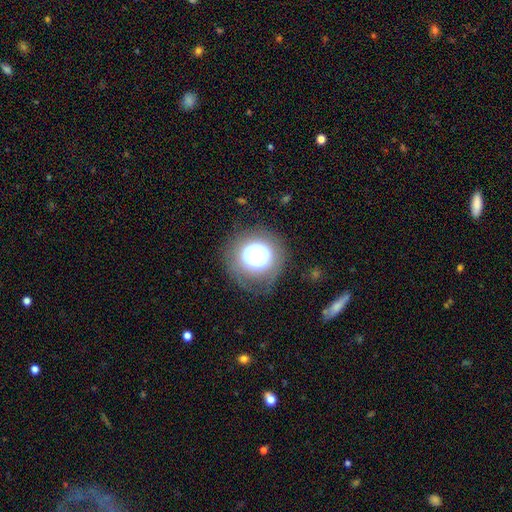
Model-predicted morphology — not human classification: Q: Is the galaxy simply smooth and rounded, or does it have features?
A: smooth — 59%.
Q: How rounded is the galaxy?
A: round — 91%.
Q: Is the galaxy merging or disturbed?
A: none — 63%.